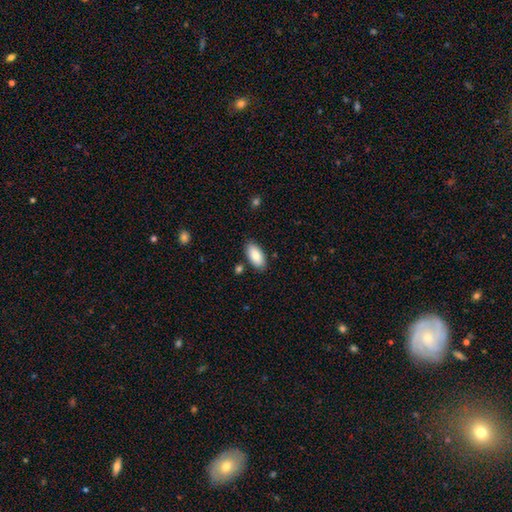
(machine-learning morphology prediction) Smooth or featured: smooth — 84% (featured or disk — 10%)
How rounded: in between — 92% (cigar-shaped — 6%)
Merging: none — 85% (minor disturbance — 10%)